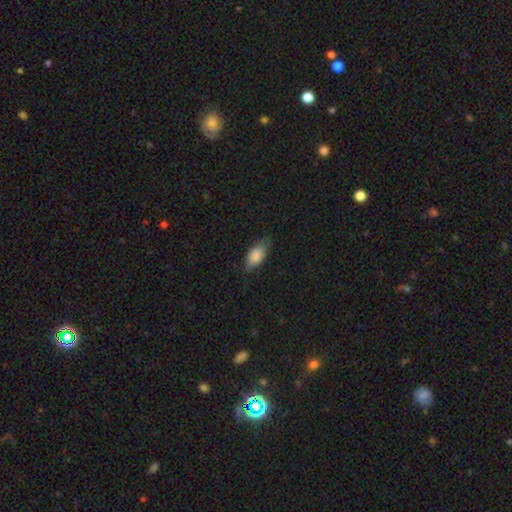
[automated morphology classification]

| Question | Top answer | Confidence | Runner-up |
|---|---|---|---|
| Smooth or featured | smooth | 83% | featured or disk (10%) |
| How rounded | in between | 88% | cigar-shaped (8%) |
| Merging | none | 67% | minor disturbance (26%) |